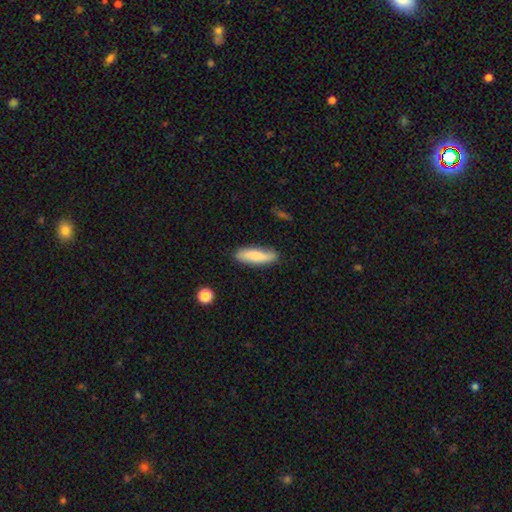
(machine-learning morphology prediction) This is likely a smooth galaxy (73%). How rounded: possibly cigar-shaped (57%). Merging: clearly none (82%).